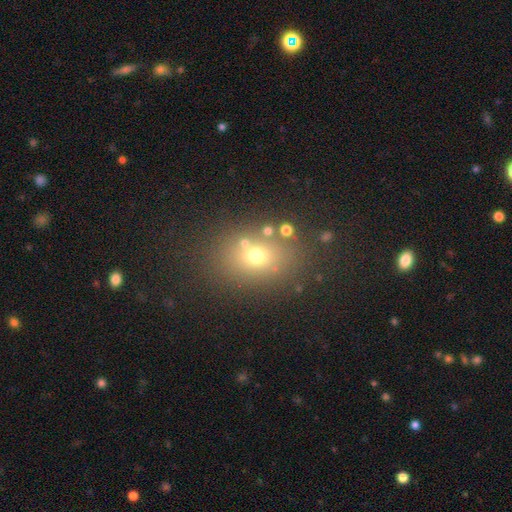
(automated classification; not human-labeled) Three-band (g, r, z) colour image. It shows a smooth galaxy with no disk features (64%) that is in between round and cigar-shaped (53%). Merging: none (74%).